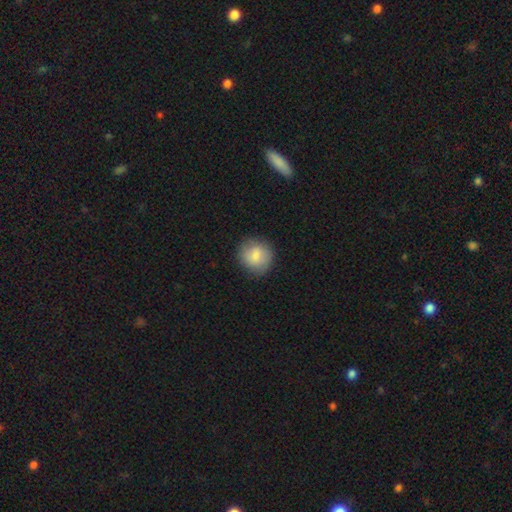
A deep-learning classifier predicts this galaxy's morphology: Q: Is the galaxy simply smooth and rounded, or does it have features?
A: smooth — 81%.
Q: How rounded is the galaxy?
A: round — 87%.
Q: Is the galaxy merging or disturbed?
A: none — 86%.